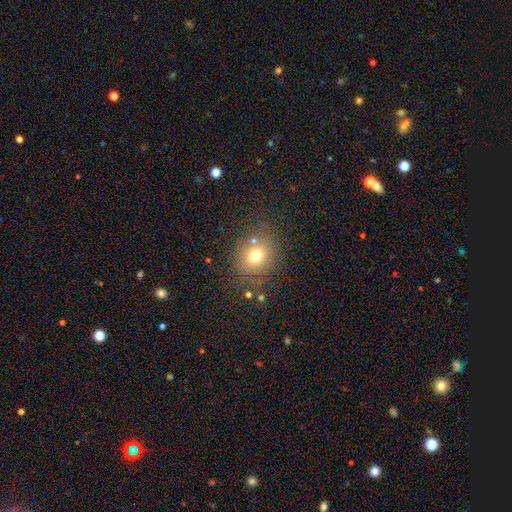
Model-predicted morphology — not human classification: smooth 71%, star or artifact 17%, featured or disk 12%. Down the decision tree: how rounded — round (76%); merging — none (79%).